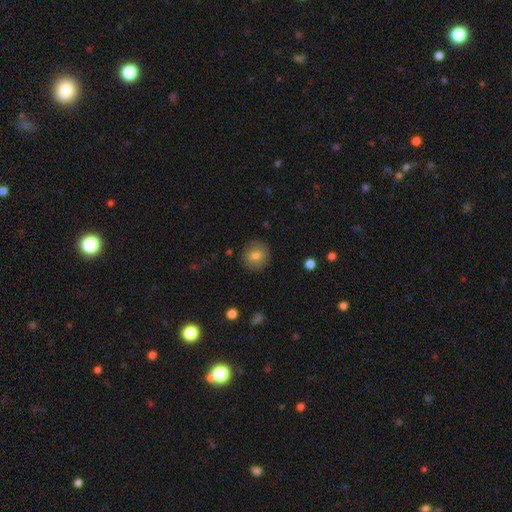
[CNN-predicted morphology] Smooth or featured? smooth (76%)
How rounded? round (90%)
Merging? none (88%)